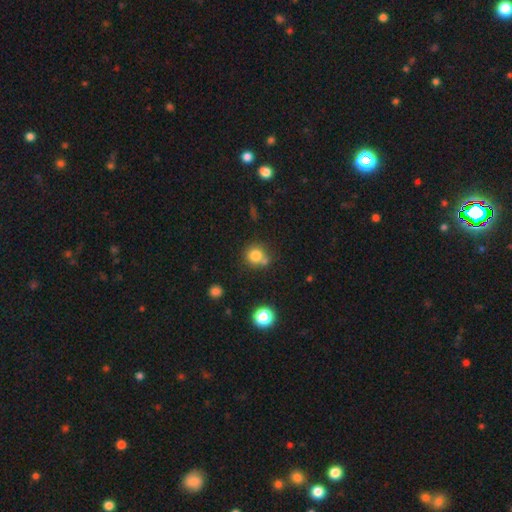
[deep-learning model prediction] smooth_or_featured: smooth (p=0.80) [alt: star or artifact p=0.12]
how_rounded: round (p=0.89) [alt: in between p=0.10]
merging: none (p=0.61) [alt: merger p=0.24]